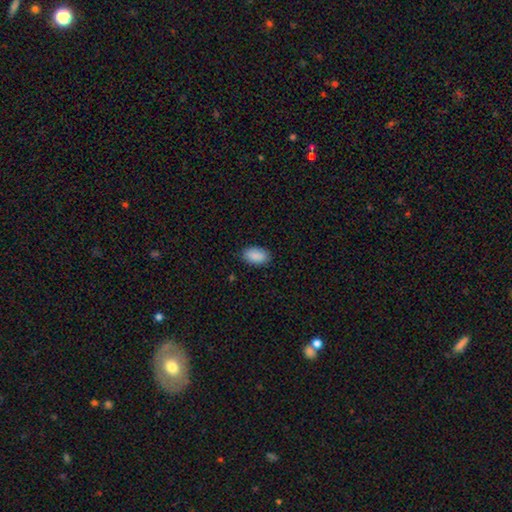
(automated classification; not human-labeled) This is clearly a smooth galaxy (90%). How rounded: clearly in between (93%). Merging: clearly none (87%).